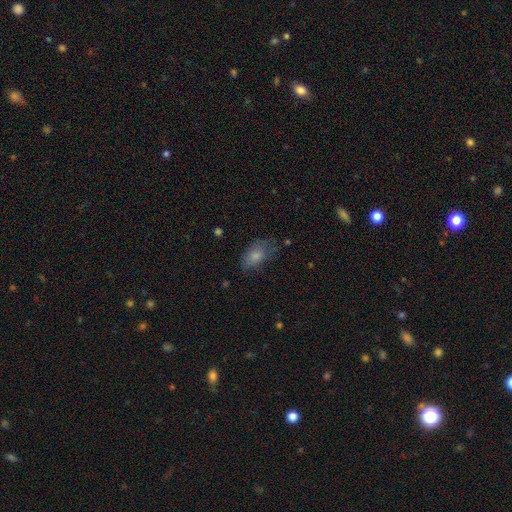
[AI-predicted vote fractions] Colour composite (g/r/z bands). It shows a smooth galaxy with no disk features (79%) that is in between round and cigar-shaped (90%). Merging: none (48%).